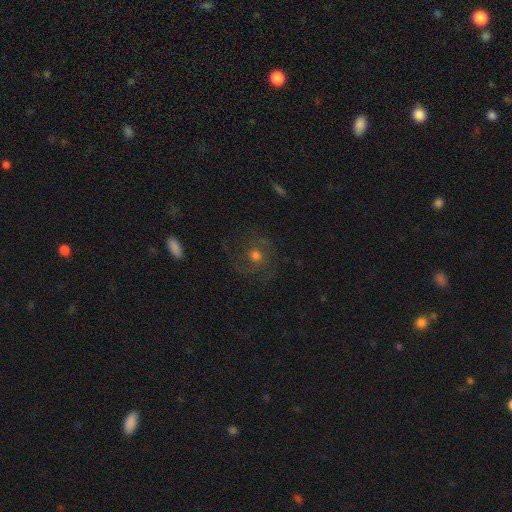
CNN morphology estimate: Smooth or featured? Predicted: featured or disk (p=0.58). Edge-on disk? Predicted: no (p=0.97). Bar? Predicted: no (p=0.78). Spiral arms? Predicted: yes (p=0.81). Bulge size? Predicted: moderate (p=0.63). Merging? Predicted: none (p=0.70).